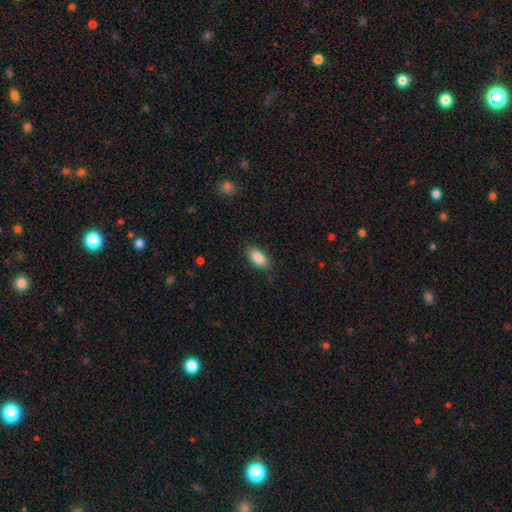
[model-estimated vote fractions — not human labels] This is clearly a smooth galaxy (88%). How rounded: clearly in between (91%). Merging: clearly none (84%).